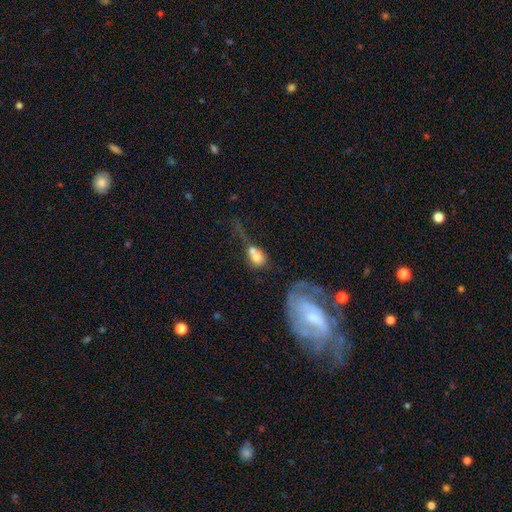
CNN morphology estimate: Overall: smooth (67%). How rounded: round (59%; in between 39%). Merging: merger (57%; none 19%).